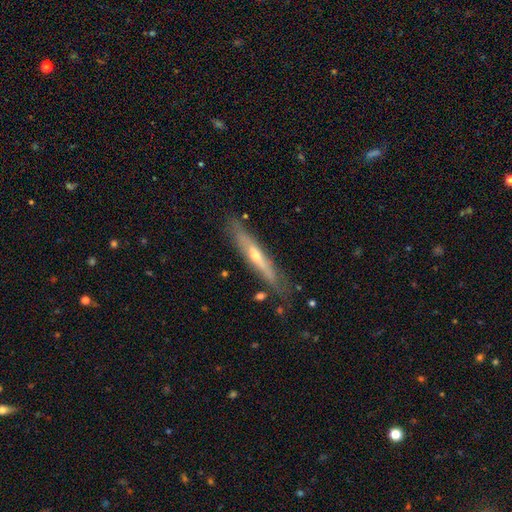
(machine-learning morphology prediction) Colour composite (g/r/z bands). It shows a featured or disk galaxy (64%) viewed edge-on (89%) with a rounded central bulge (80%). Merging: none (81%).